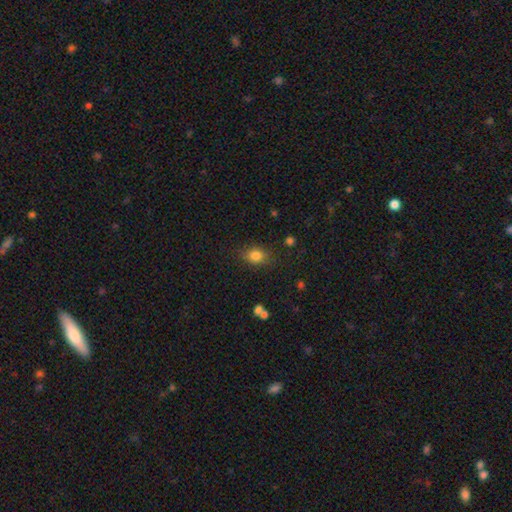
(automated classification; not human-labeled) Smooth or featured?
  - smooth: 81% *
  - star or artifact: 11%
  - featured or disk: 8%
How rounded?
  - in between: 59% *
  - round: 39%
  - cigar-shaped: 2%
Merging?
  - none: 79% *
  - minor disturbance: 15%
  - major disturbance: 4%
  - merger: 2%